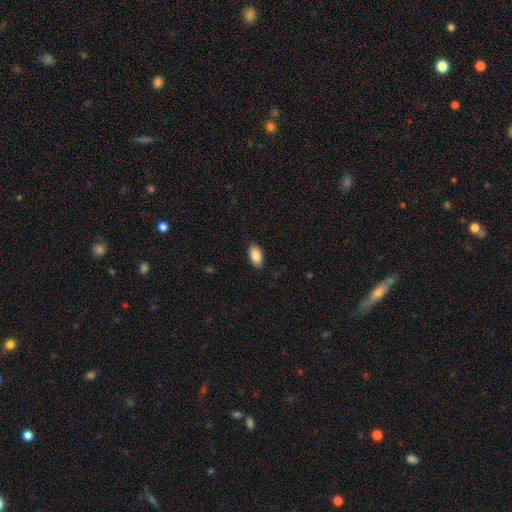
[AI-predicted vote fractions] smooth 87%, star or artifact 7%, featured or disk 6%. Down the decision tree: how rounded — in between (94%); merging — none (86%).